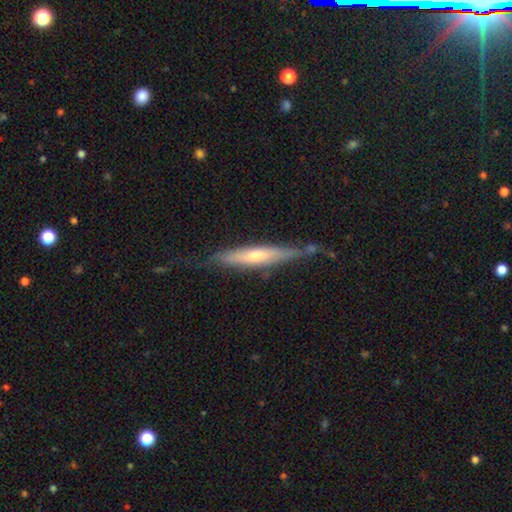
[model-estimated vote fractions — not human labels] A featured or disk galaxy (53%) viewed edge-on (87%). Merging: none (65%).